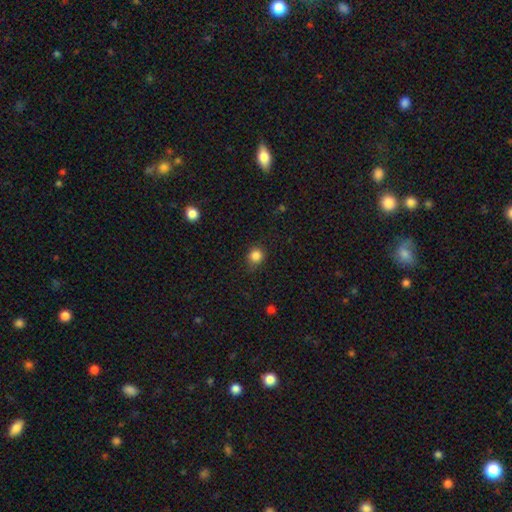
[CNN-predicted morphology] Smooth or featured? smooth (85%)
How rounded? round (83%)
Merging? none (80%)